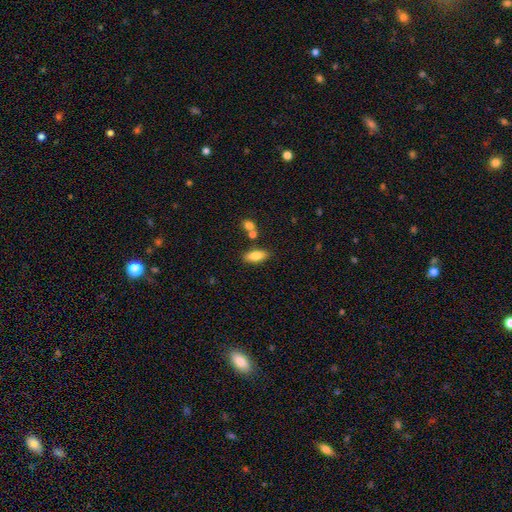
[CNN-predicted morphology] A smooth galaxy with no disk features (80%) that is in between round and cigar-shaped (81%). Merging: none (75%).